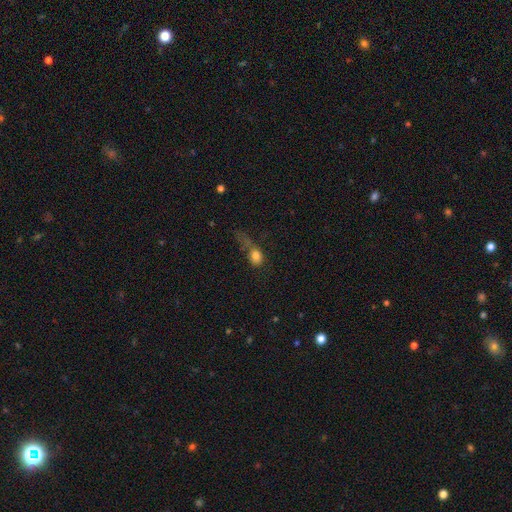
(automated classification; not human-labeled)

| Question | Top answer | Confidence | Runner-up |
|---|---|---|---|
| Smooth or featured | smooth | 75% | featured or disk (14%) |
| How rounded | in between | 60% | round (35%) |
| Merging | major disturbance | 46% | none (23%) |